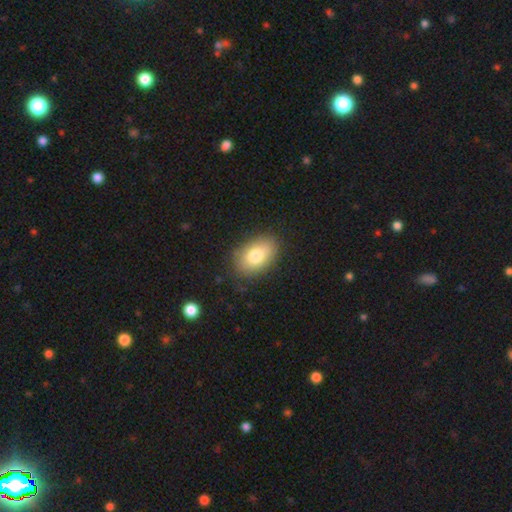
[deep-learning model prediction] smooth-or-featured: smooth: 79% | featured or disk: 13% | star or artifact: 8%
  how-rounded: in between: 85% | round: 13% | cigar-shaped: 1%
  merging: none: 82% | minor disturbance: 13% | major disturbance: 3% | merger: 1%